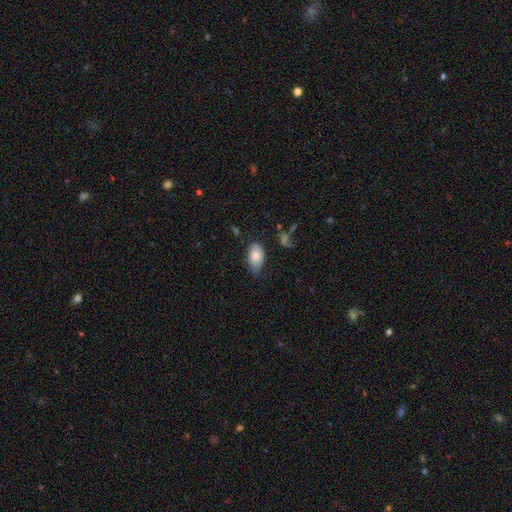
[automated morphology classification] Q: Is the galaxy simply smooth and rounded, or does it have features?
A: smooth — 82%.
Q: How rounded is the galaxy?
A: in between — 93%.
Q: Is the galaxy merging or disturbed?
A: none — 60%.